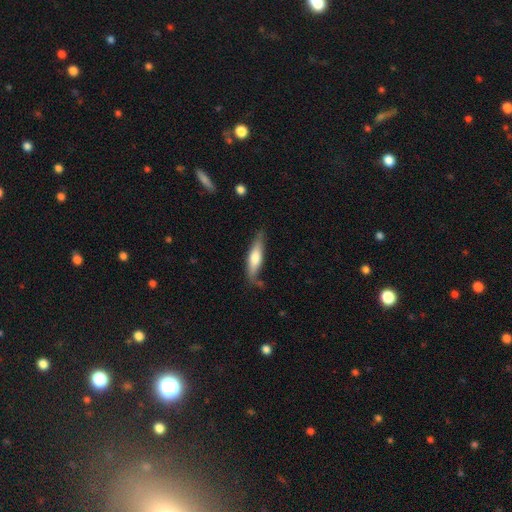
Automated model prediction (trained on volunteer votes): This appears to be a smooth galaxy with no disk features (54%) that is cigar-shaped (73%). Merging: none (71%).